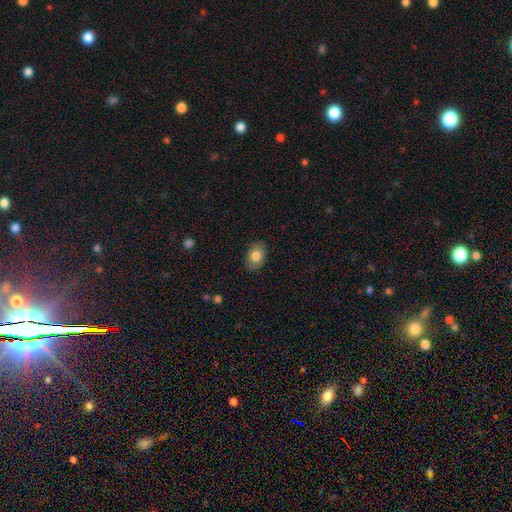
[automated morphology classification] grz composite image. It shows a smooth galaxy with no disk features (80%) that is in between round and cigar-shaped (77%). Merging: none (84%).